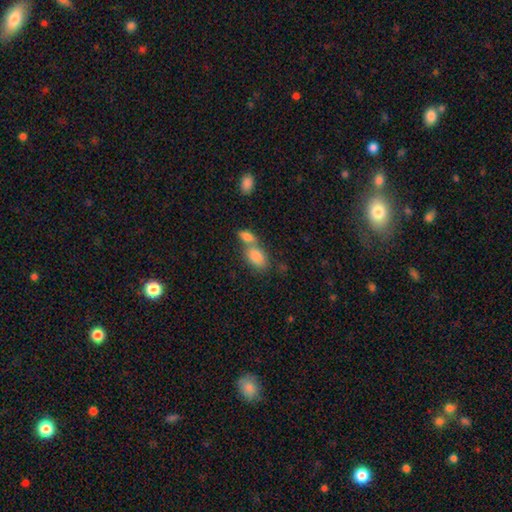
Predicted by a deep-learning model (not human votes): smooth_or_featured: smooth (p=0.83) [alt: featured or disk p=0.09]
how_rounded: in between (p=0.89) [alt: round p=0.09]
merging: merger (p=0.53) [alt: none p=0.33]